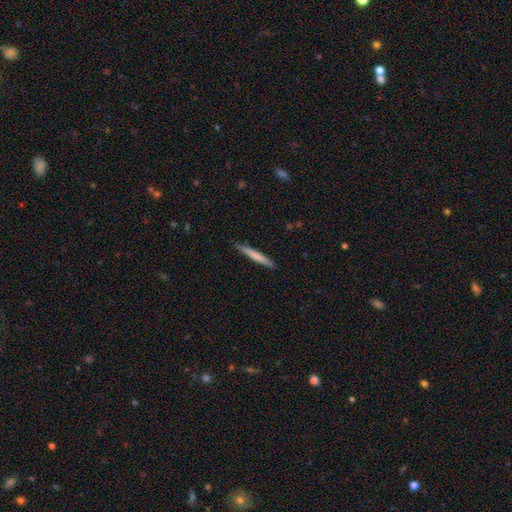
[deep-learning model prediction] A smooth galaxy with no disk features (69%) that is cigar-shaped (96%). Merging: none (88%).